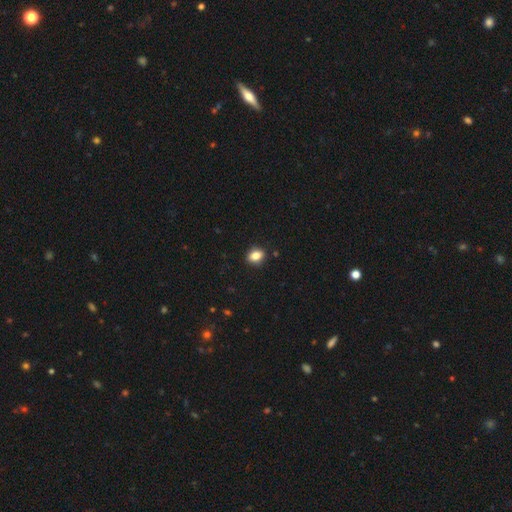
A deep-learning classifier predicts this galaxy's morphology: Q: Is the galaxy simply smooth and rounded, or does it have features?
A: smooth — 83%.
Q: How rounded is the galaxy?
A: in between — 64%.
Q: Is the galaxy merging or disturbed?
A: none — 89%.